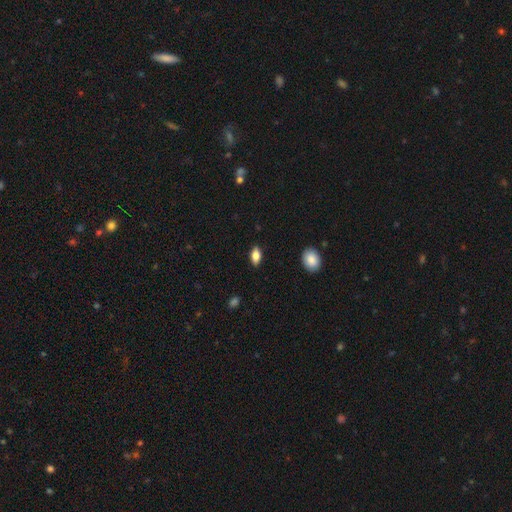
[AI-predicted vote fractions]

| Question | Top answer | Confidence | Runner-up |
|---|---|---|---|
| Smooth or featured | smooth | 80% | featured or disk (12%) |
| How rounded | in between | 89% | cigar-shaped (7%) |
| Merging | none | 88% | minor disturbance (9%) |